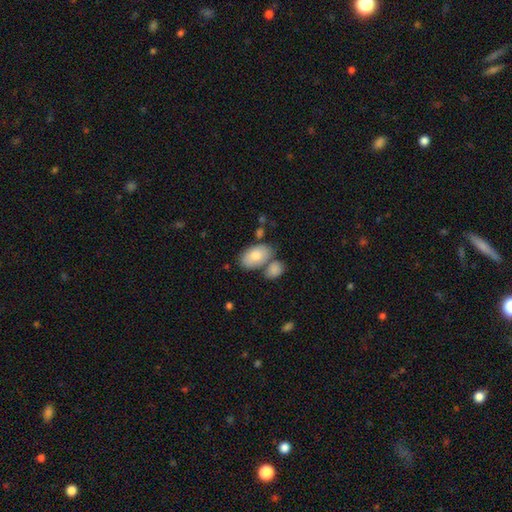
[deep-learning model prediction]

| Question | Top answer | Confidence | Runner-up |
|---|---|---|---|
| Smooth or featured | smooth | 79% | featured or disk (15%) |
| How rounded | in between | 92% | round (7%) |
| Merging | none | 57% | merger (23%) |